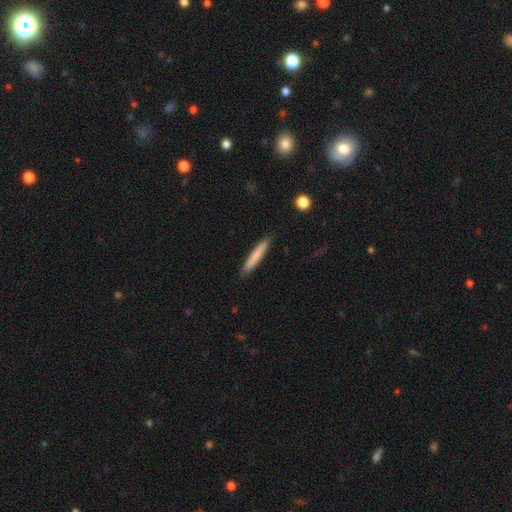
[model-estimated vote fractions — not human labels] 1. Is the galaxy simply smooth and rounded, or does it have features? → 77% smooth, 18% featured or disk, 6% star or artifact.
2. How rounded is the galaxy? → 95% cigar-shaped, 4% in between, 1% round.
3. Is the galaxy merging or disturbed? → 89% none, 8% minor disturbance, 2% major disturbance, 1% merger.